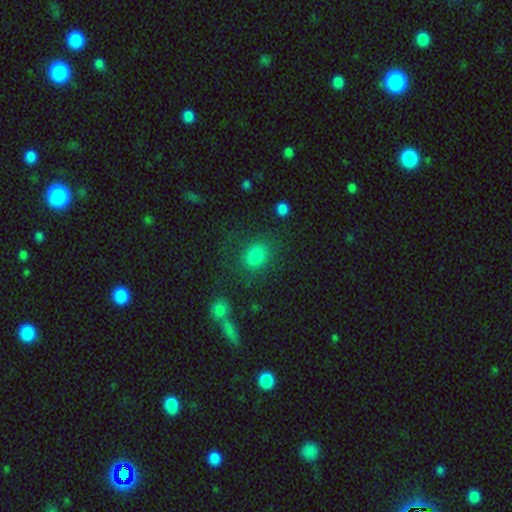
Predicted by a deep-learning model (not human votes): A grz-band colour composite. It shows a smooth galaxy with no disk features (78%) that is round (58%). Merging: none (73%).